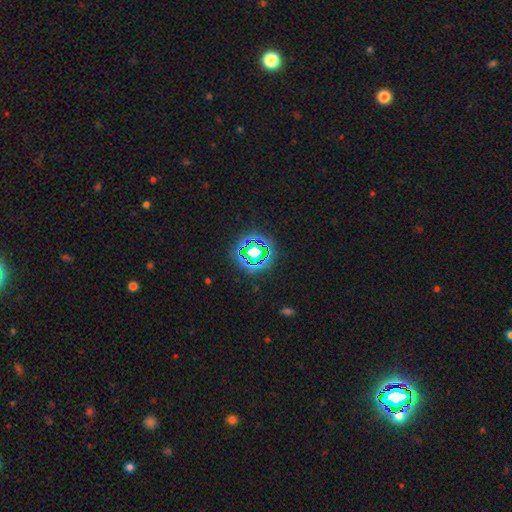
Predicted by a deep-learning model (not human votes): Smooth or featured?
  - star or artifact: 67% *
  - smooth: 20%
  - featured or disk: 12%